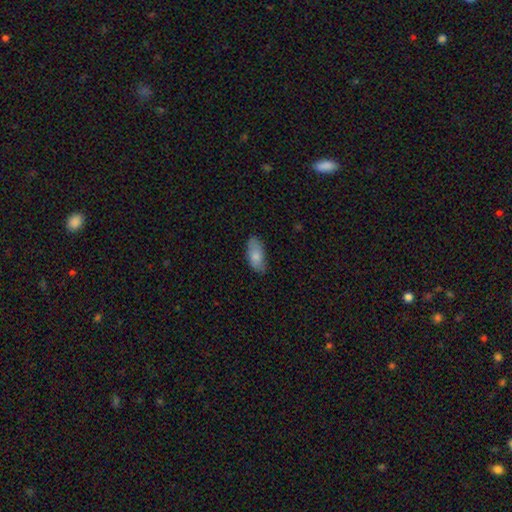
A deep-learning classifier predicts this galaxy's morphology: smooth 81%, featured or disk 13%, star or artifact 6%. Down the decision tree: how rounded — in between (91%); merging — none (77%).